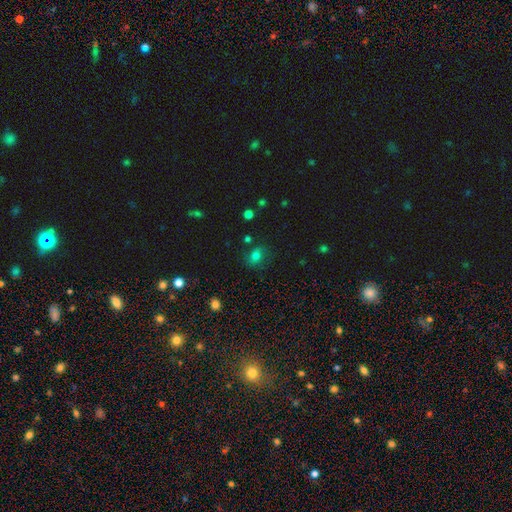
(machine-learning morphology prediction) type=smooth (69%); roundness=round (58%); merging=none (75%).